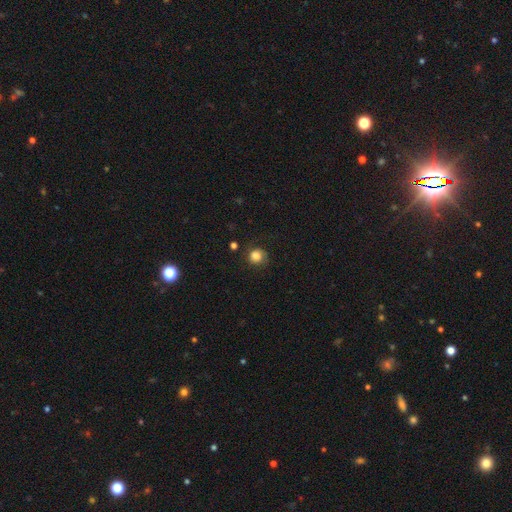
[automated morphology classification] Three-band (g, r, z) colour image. It shows a smooth galaxy with no disk features (82%) that is round (84%). Merging: none (72%).